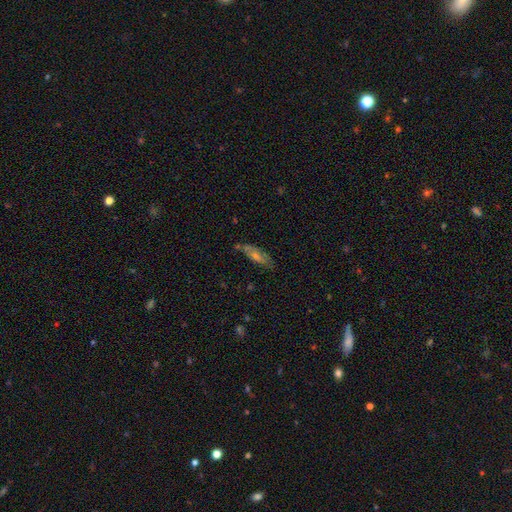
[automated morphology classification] Q: Smooth or featured?
A: featured or disk (50%); runner-up: smooth (38%)
Q: Edge-on disk?
A: no (62%); runner-up: yes (38%)
Q: Merging?
A: none (69%); runner-up: minor disturbance (21%)